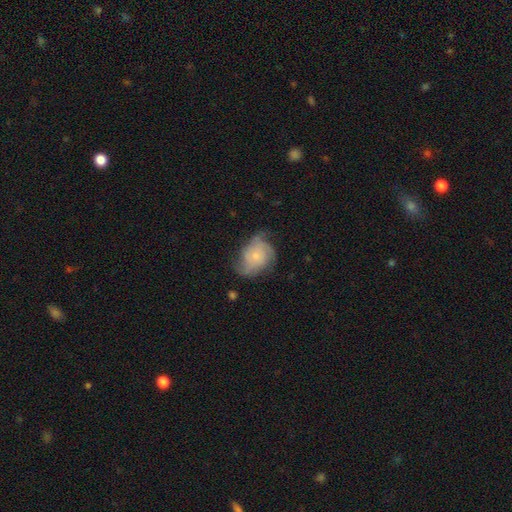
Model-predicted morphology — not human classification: Smooth or featured? featured or disk (63%)
Edge-on disk? no (97%)
Bar? no (79%)
Spiral arms? yes (89%)
Spiral winding? medium (43%)
Spiral arm count? 3 (35%)
Bulge size? small (63%)
Merging? none (55%)